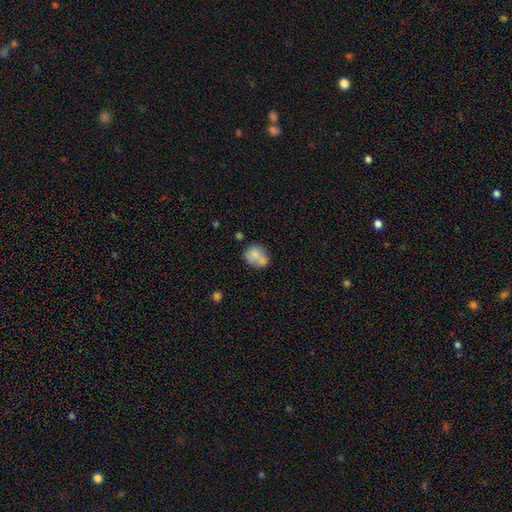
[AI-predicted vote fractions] Smooth or featured: smooth — 73% (featured or disk — 18%)
How rounded: round — 55% (in between — 43%)
Merging: none — 40% (merger — 34%)